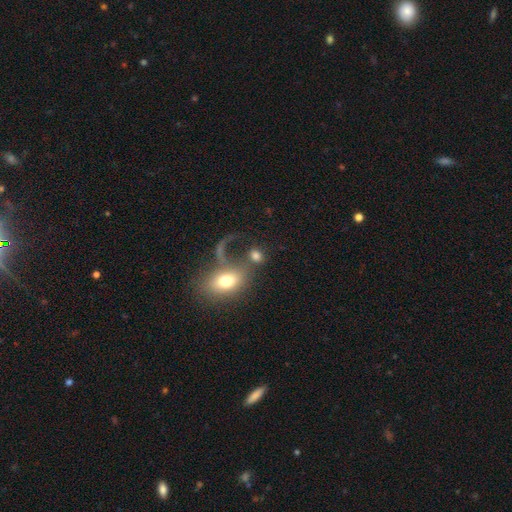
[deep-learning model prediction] Overall: smooth (71%). How rounded: round (49%; in between 48%). Merging: merger (35%, tied with none).